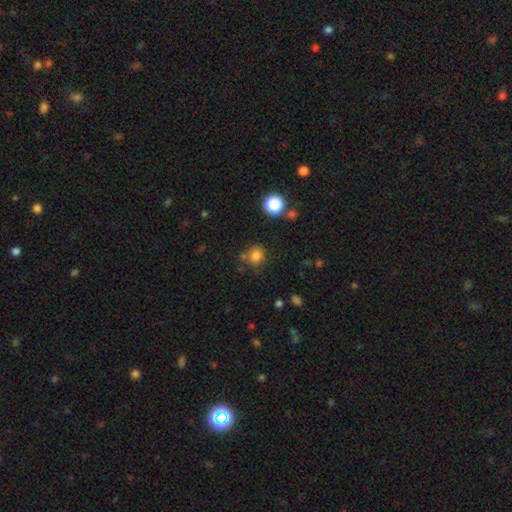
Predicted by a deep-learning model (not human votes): smooth 80%, star or artifact 15%, featured or disk 5%. Down the decision tree: how rounded — round (83%); merging — none (73%).